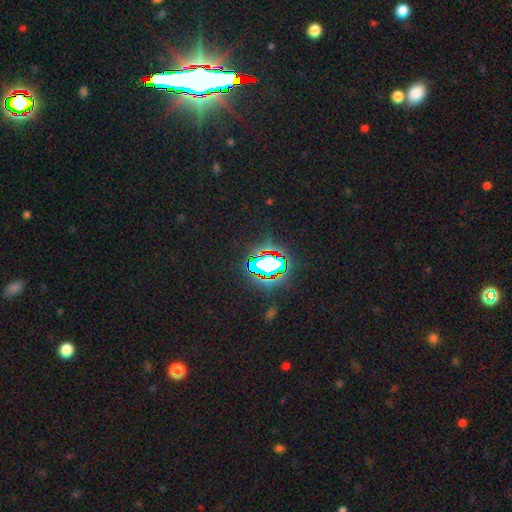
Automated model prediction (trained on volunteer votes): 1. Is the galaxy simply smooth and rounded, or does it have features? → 75% star or artifact, 16% smooth, 9% featured or disk.